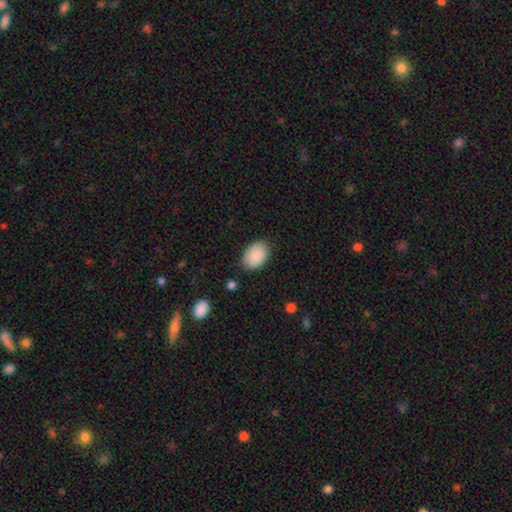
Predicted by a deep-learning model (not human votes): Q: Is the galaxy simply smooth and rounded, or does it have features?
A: smooth — 89%.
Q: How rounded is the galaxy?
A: in between — 86%.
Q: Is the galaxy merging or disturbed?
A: none — 82%.